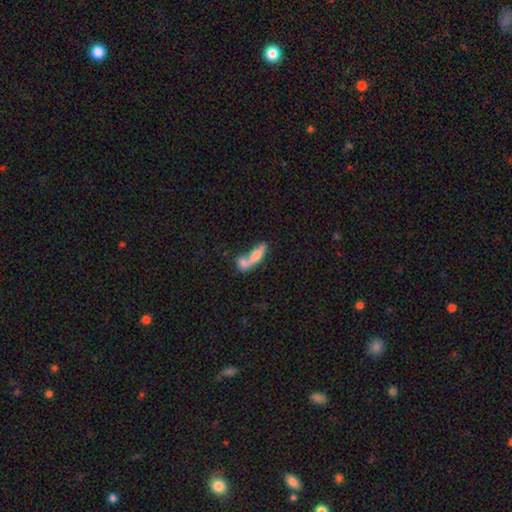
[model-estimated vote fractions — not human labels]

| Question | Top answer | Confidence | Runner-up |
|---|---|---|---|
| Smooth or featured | smooth | 65% | featured or disk (27%) |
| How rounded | cigar-shaped | 53% | in between (43%) |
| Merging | merger | 59% | none (26%) |